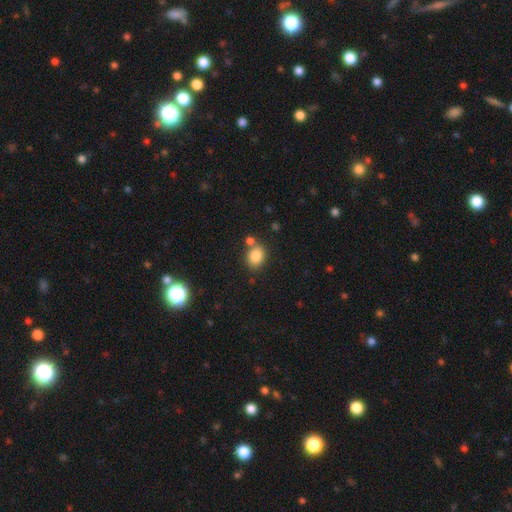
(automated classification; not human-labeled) Smooth or featured? smooth (84%)
How rounded? in between (50%)
Merging? none (66%)